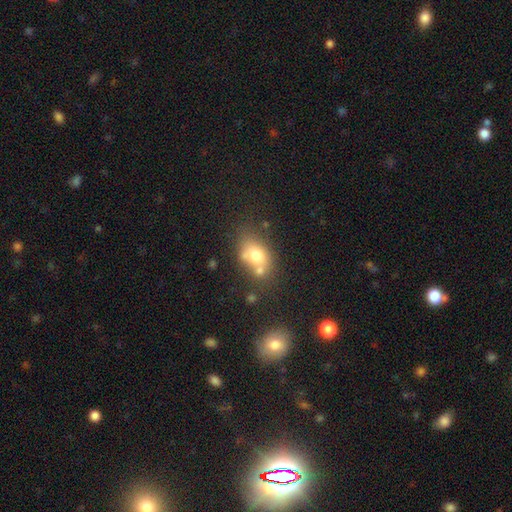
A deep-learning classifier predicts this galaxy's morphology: This appears to be a smooth galaxy with no disk features (69%) that is in between round and cigar-shaped (70%). Merging: none (46%).